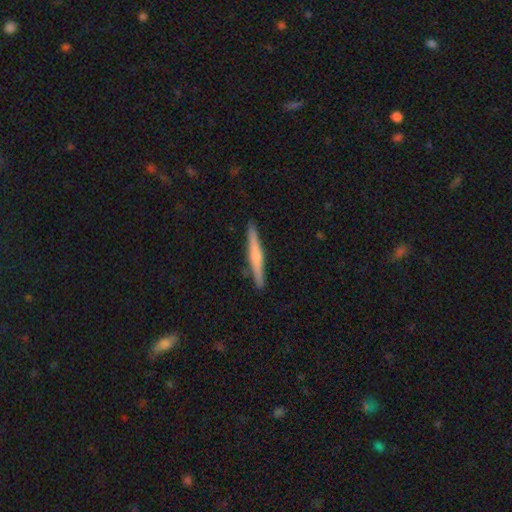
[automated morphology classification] Overall: featured or disk (58%; smooth 37%). Edge-on disk: yes (98%). Edge-on bulge: rounded (71%). Merging: none (91%).